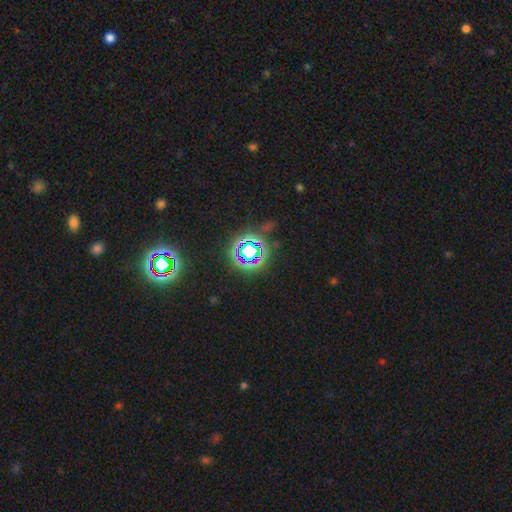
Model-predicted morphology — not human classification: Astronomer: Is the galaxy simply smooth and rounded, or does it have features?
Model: star or artifact — 79%.